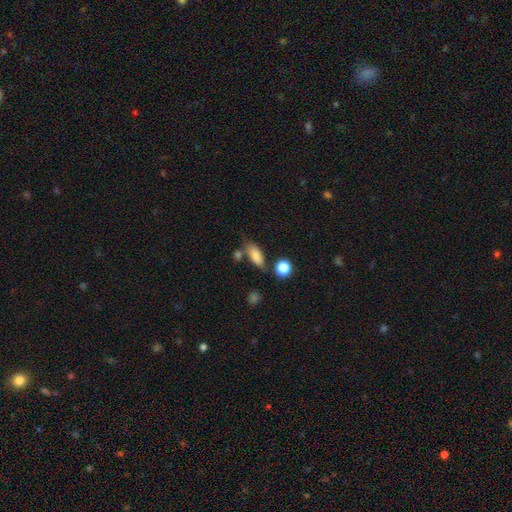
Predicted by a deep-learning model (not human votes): The model was most divided on "merging": none: 62%, minor disturbance: 19%, merger: 13%, major disturbance: 6%. More confident: smooth or featured — smooth (83%); how rounded — in between (80%).